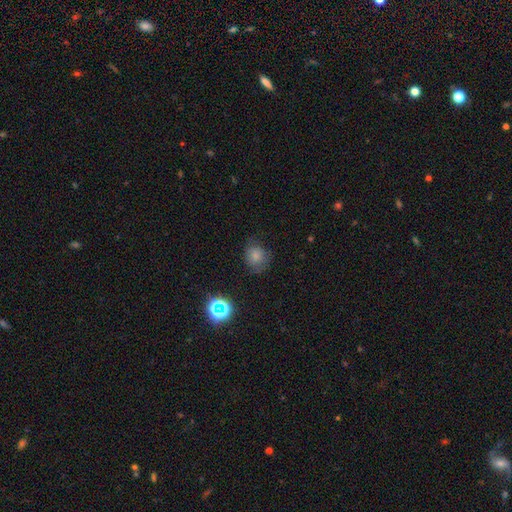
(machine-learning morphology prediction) Q: Smooth or featured?
A: smooth (76%); runner-up: star or artifact (14%)
Q: How rounded?
A: round (80%); runner-up: in between (19%)
Q: Merging?
A: none (68%); runner-up: minor disturbance (23%)